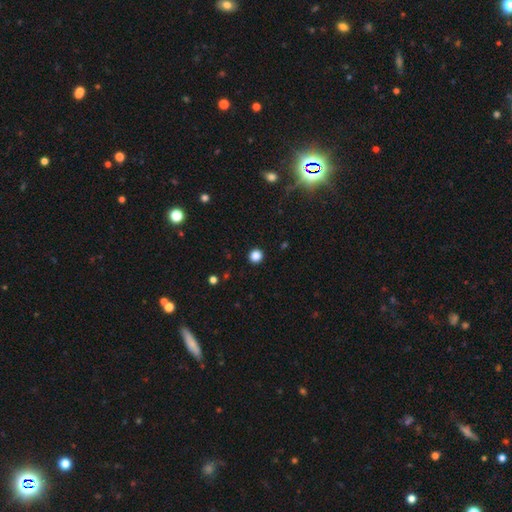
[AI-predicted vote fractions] A smooth galaxy with no disk features (85%) that is round (94%).

Vote fractions:
- Smooth or featured? smooth: 85% / star or artifact: 12% / featured or disk: 3%
- How rounded? round: 94% / in between: 5% / cigar-shaped: 1%
- Merging? none: 93% / minor disturbance: 4% / major disturbance: 2% / merger: 1%